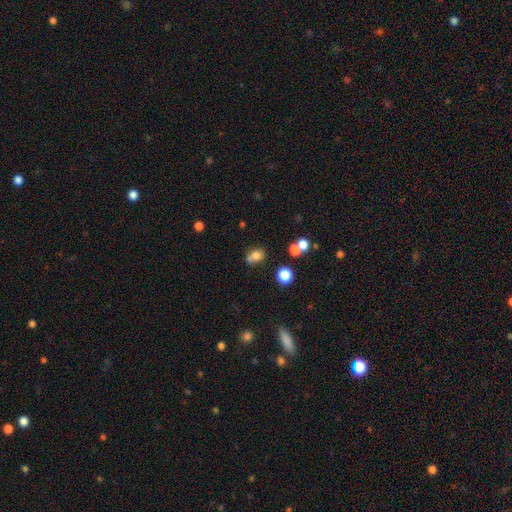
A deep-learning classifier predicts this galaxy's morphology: Overall: smooth (74%). How rounded: round (53%; in between 46%). Merging: none (51%; merger 30%).